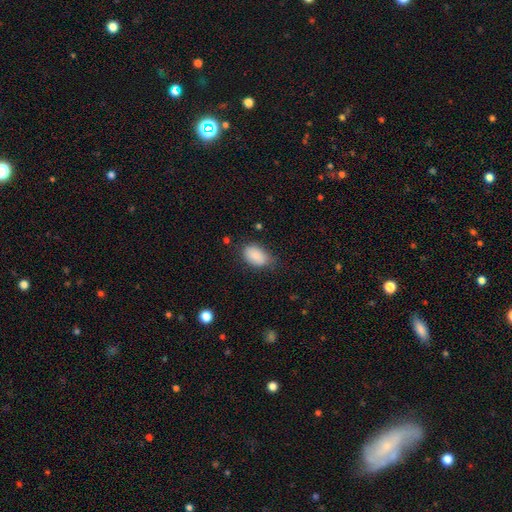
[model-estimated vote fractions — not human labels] Q: Smooth or featured?
A: smooth (87%); runner-up: star or artifact (7%)
Q: How rounded?
A: in between (90%); runner-up: round (8%)
Q: Merging?
A: none (62%); runner-up: minor disturbance (30%)